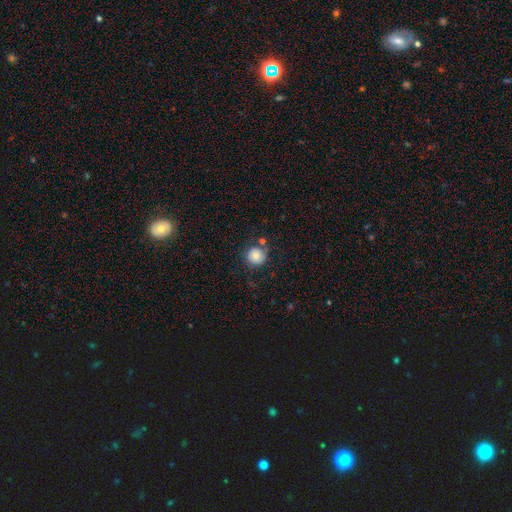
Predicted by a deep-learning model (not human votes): Smooth or featured: smooth — 78% (featured or disk — 12%)
How rounded: round — 93% (in between — 6%)
Merging: none — 74% (minor disturbance — 15%)